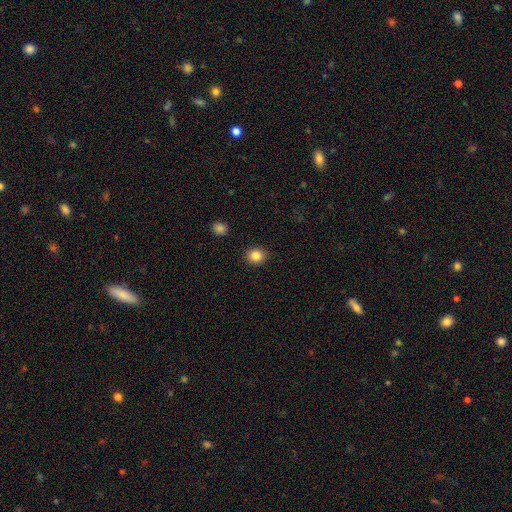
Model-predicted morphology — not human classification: This appears to be a smooth galaxy with no disk features (85%) that is round (81%). Merging: none (91%).